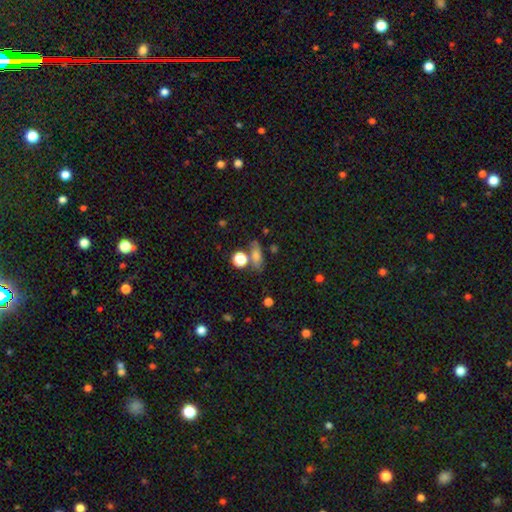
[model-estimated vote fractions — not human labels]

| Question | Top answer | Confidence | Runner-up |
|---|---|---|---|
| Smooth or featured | smooth | 69% | star or artifact (16%) |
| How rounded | in between | 57% | cigar-shaped (24%) |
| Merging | none | 66% | minor disturbance (14%) |